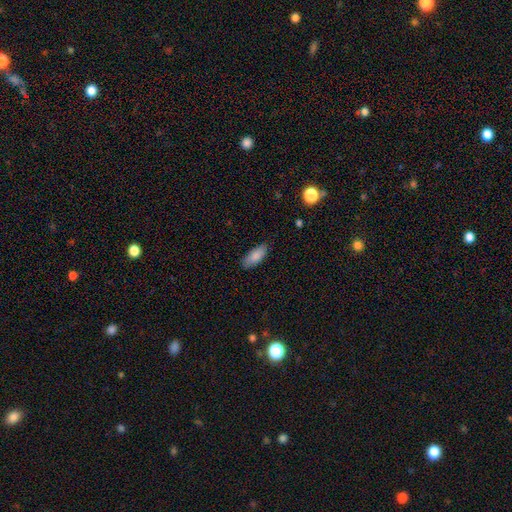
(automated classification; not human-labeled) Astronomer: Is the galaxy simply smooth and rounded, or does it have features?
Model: smooth — 86%.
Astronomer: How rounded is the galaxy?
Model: in between — 78%.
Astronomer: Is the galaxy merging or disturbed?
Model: none — 83%.